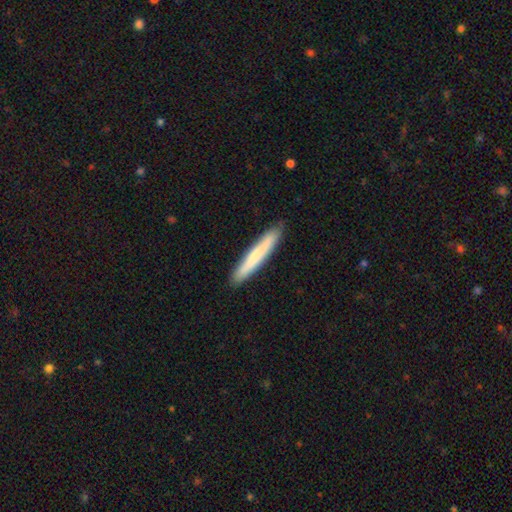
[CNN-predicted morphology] Overall: smooth (69%). How rounded: cigar-shaped (95%). Merging: none (90%).